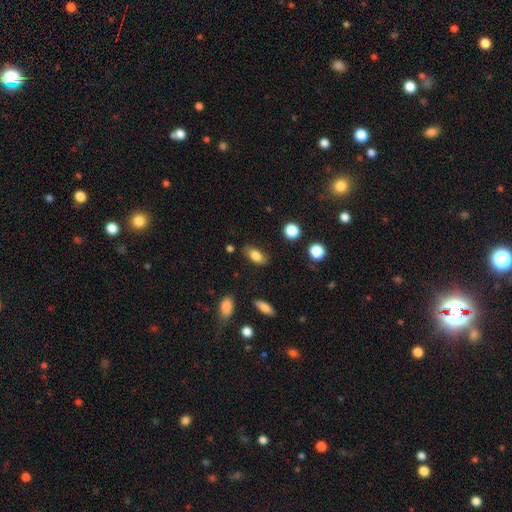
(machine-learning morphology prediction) type=smooth (81%); roundness=in between (88%); merging=none (81%).